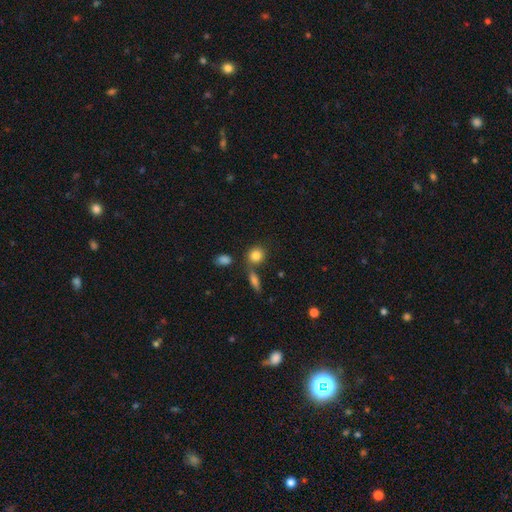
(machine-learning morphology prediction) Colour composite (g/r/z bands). It shows a smooth galaxy with no disk features (83%) that is round (76%). Merging: none (66%).